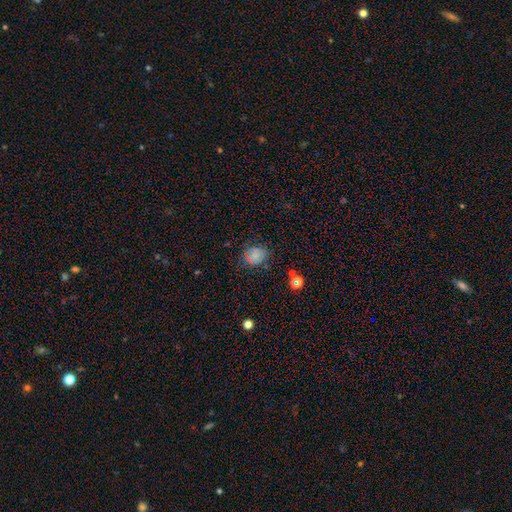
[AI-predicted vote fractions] Q: Smooth or featured?
A: smooth (64%); runner-up: star or artifact (26%)
Q: How rounded?
A: round (58%); runner-up: in between (40%)
Q: Merging?
A: none (76%); runner-up: minor disturbance (16%)